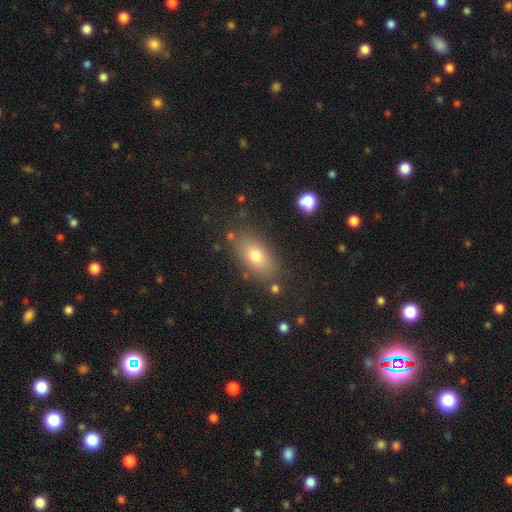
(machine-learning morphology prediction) This is likely a smooth galaxy (74%). How rounded: clearly in between (85%). Merging: clearly none (82%).